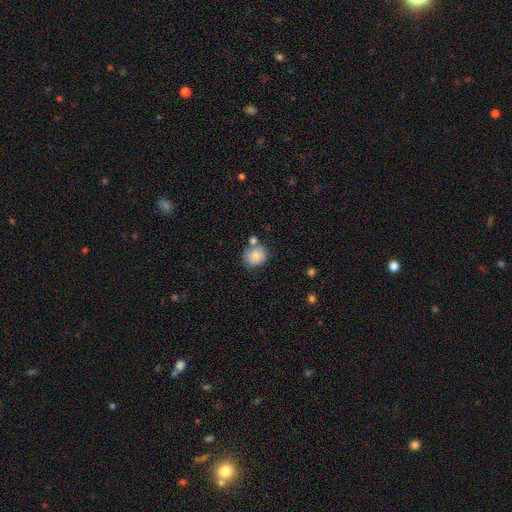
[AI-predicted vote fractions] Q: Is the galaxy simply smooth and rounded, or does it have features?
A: smooth — 82%.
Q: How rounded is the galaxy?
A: round — 74%.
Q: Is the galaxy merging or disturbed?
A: none — 60%.